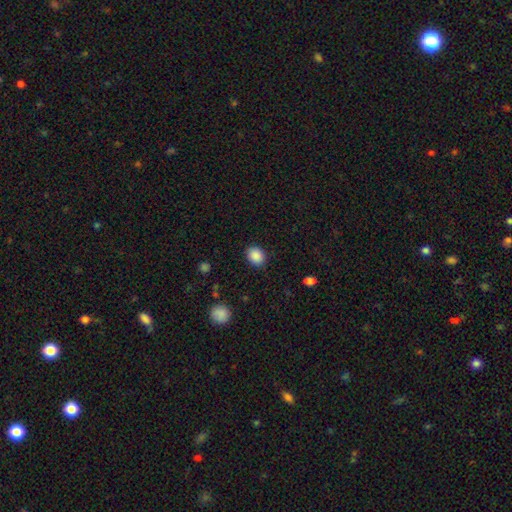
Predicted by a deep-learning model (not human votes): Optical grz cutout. It shows a smooth galaxy with no disk features (89%) that is round (52%). Merging: none (87%).